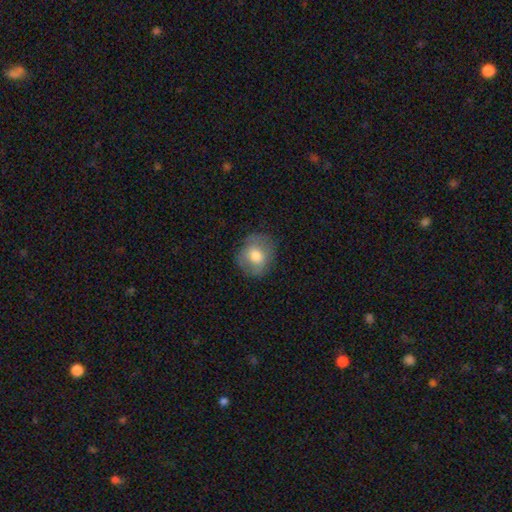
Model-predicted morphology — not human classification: The model was most divided on "how rounded": round: 72%, in between: 27%, cigar-shaped: 1%. More confident: merging — none (78%); smooth or featured — smooth (72%).